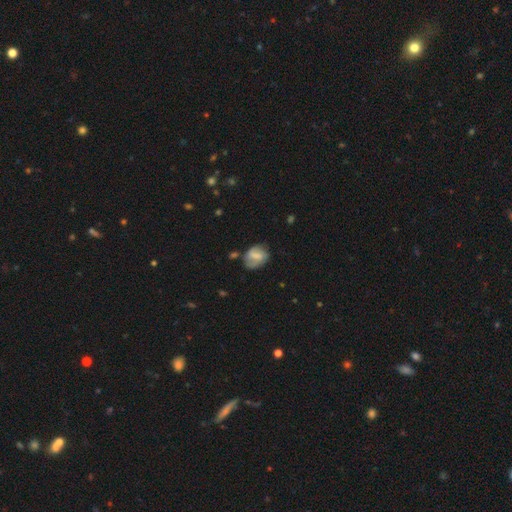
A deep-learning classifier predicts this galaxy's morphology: Smooth or featured? Predicted: smooth (p=0.54). How rounded? Predicted: in between (p=0.61). Merging? Predicted: none (p=0.56).